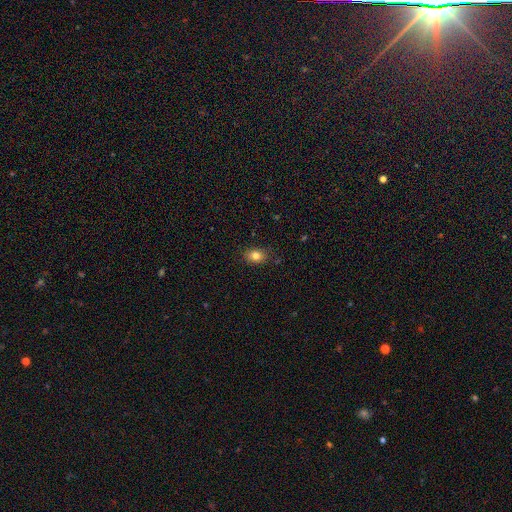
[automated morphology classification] The model was most divided on "how rounded": in between: 70%, round: 29%, cigar-shaped: 1%. More confident: merging — none (84%); smooth or featured — smooth (82%).